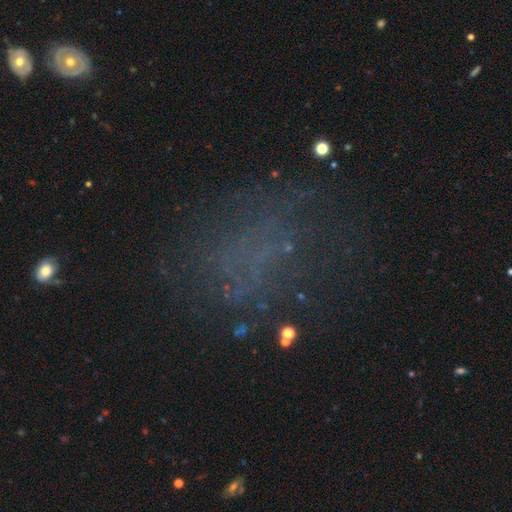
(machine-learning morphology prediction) The model was most divided on "smooth or featured" (2-way tie): star or artifact: 37%, smooth: 37%, featured or disk: 25%.